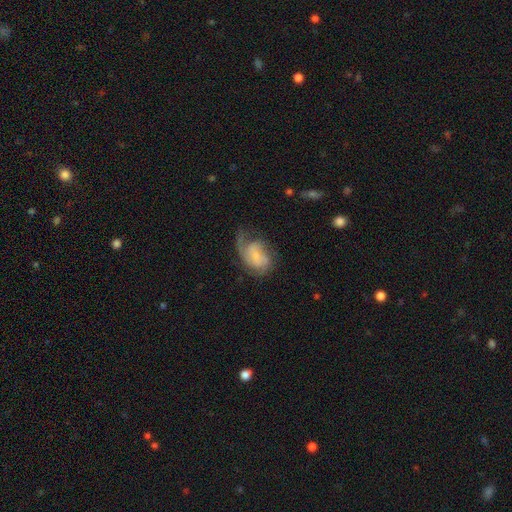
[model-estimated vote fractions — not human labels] featured or disk 73%, smooth 20%, star or artifact 7%. Down the decision tree: edge-on disk — no (97%); bar — no (60%); spiral arms — yes (91%); spiral arm count — 2 (34%); spiral winding — medium (44%); bulge size — small (62%); merging — none (43%).